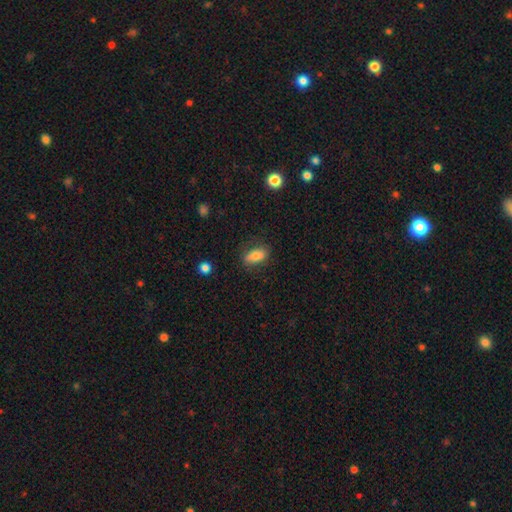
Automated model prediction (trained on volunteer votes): A smooth galaxy with no disk features (76%) that is in between round and cigar-shaped (87%). Merging: none (76%).